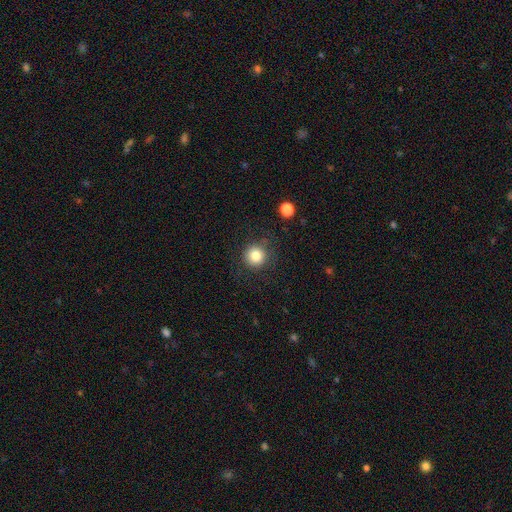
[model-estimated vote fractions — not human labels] smooth-or-featured: smooth: 81% | star or artifact: 12% | featured or disk: 7%
  how-rounded: round: 94% | in between: 5% | cigar-shaped: 1%
  merging: none: 84% | minor disturbance: 10% | major disturbance: 4% | merger: 2%